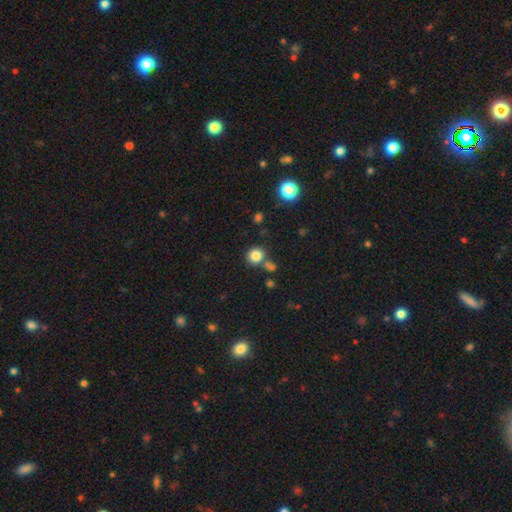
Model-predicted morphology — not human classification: Smooth or featured?
  - smooth: 82% *
  - star or artifact: 12%
  - featured or disk: 5%
How rounded?
  - round: 89% *
  - in between: 10%
  - cigar-shaped: 1%
Merging?
  - none: 72% *
  - merger: 15%
  - minor disturbance: 9%
  - major disturbance: 3%